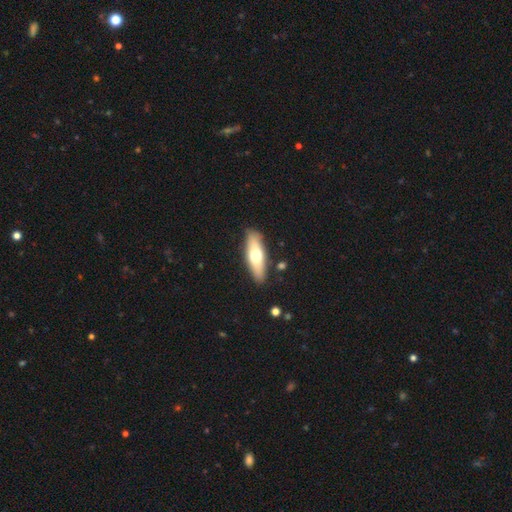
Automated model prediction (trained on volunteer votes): This is possibly a smooth galaxy (60%). How rounded: possibly in between (51%). Merging: clearly none (86%).